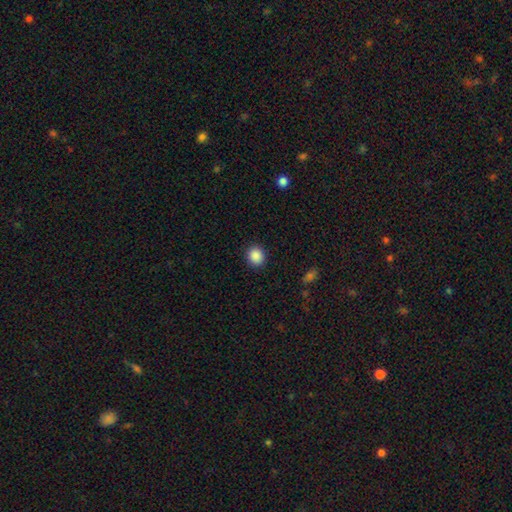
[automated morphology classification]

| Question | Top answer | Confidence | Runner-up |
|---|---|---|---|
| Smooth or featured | smooth | 88% | star or artifact (9%) |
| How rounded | round | 79% | in between (20%) |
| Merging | none | 91% | minor disturbance (6%) |